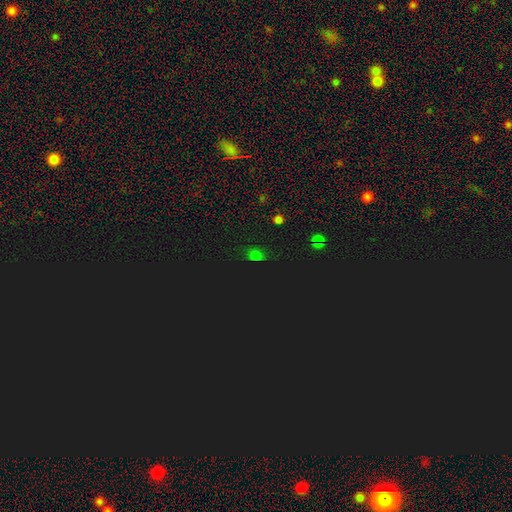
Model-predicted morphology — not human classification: This is possibly a star or artifact rather than a galaxy (55%).